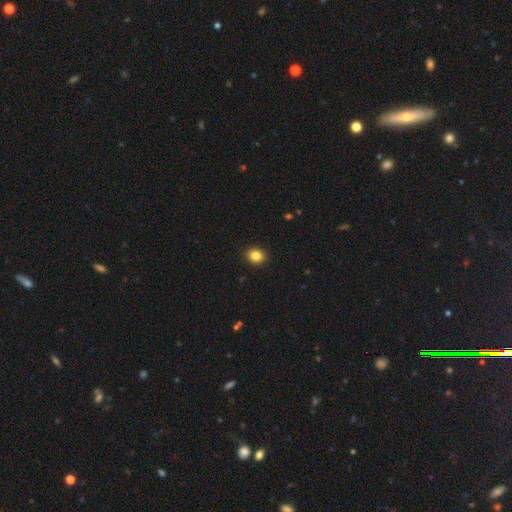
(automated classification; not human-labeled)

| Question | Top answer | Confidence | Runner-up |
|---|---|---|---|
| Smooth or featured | smooth | 85% | star or artifact (10%) |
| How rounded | round | 71% | in between (29%) |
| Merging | none | 92% | minor disturbance (6%) |